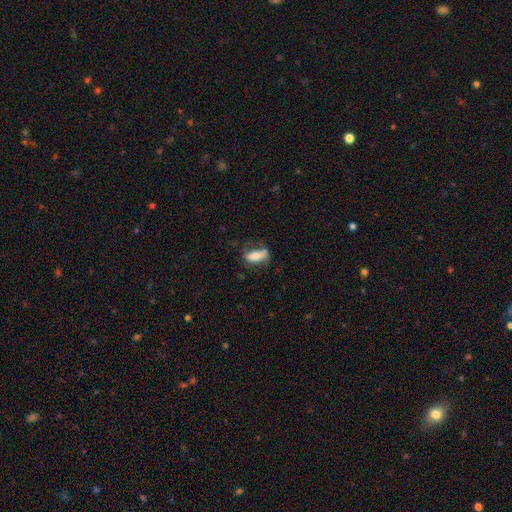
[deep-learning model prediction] smooth_or_featured: smooth (p=0.62) [alt: featured or disk p=0.30]
how_rounded: in between (p=0.69) [alt: cigar-shaped p=0.28]
merging: none (p=0.49) [alt: minor disturbance p=0.27]